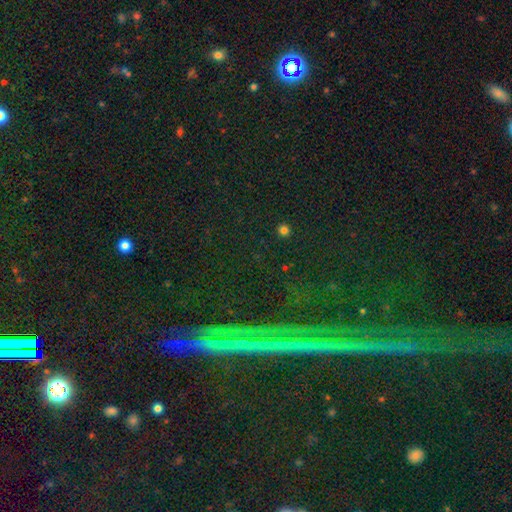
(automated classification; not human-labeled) Morphology: type=star or artifact (87%).